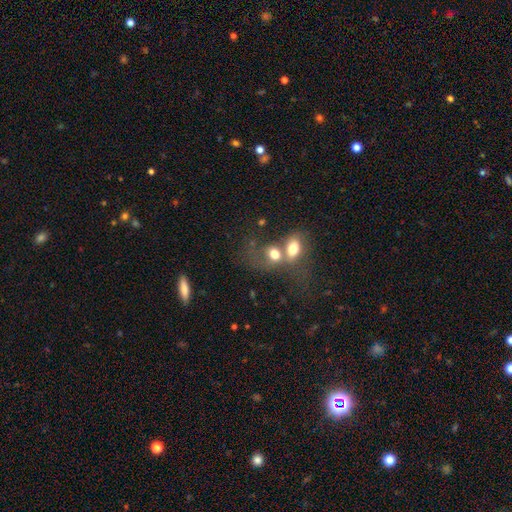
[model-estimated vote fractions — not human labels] A smooth galaxy with no disk features (50%).

Vote fractions:
- Smooth or featured? smooth: 50% / featured or disk: 26% / star or artifact: 24%
- Merging? merger: 61% / none: 20% / major disturbance: 11% / minor disturbance: 8%